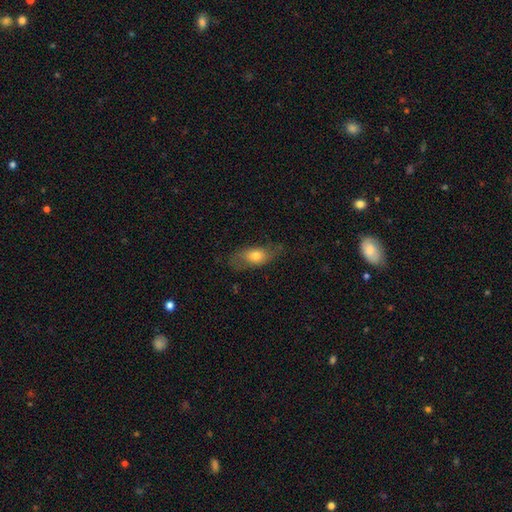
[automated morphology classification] This is likely a smooth galaxy (65%). How rounded: clearly in between (80%). Merging: possibly none (56%).